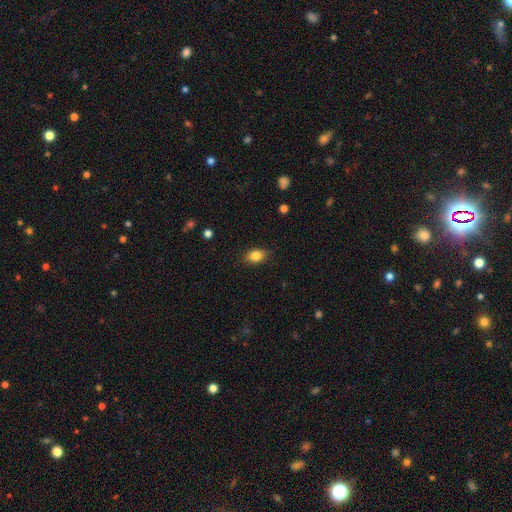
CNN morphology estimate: Overall: smooth (83%). How rounded: in between (77%). Merging: none (82%).